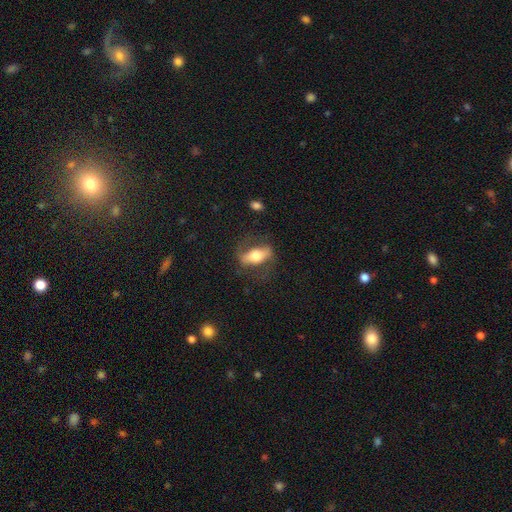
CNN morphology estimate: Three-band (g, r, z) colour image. It shows a smooth galaxy with no disk features (49%). Merging: none (69%).